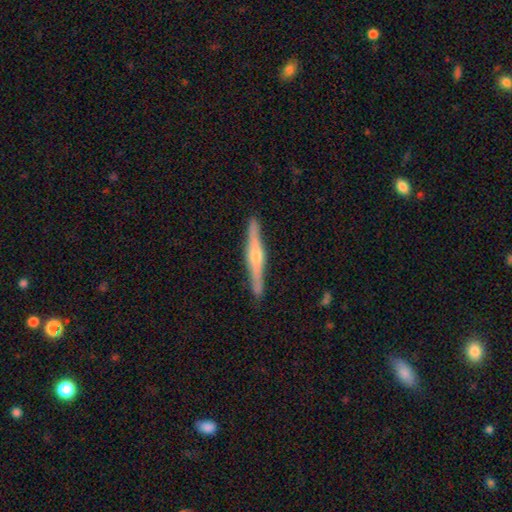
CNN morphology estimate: The model was most divided on "smooth or featured": featured or disk: 73%, smooth: 22%, star or artifact: 5%. More confident: edge-on disk — yes (97%); merging — none (90%); edge-on bulge — rounded (84%).